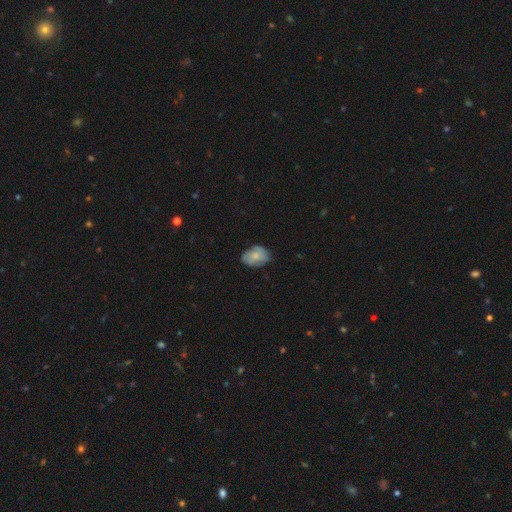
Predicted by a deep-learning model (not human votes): Morphology: type=smooth (64%); roundness=in between (81%); merging=none (67%).